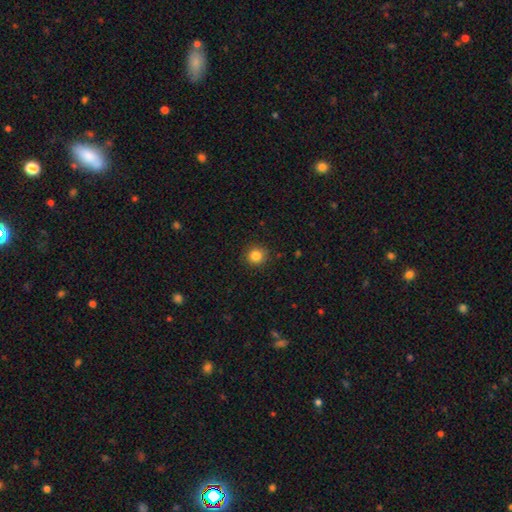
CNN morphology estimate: smooth-or-featured: smooth: 84% | star or artifact: 12% | featured or disk: 4%
  how-rounded: round: 93% | in between: 6% | cigar-shaped: 1%
  merging: none: 91% | minor disturbance: 6% | major disturbance: 2% | merger: 1%